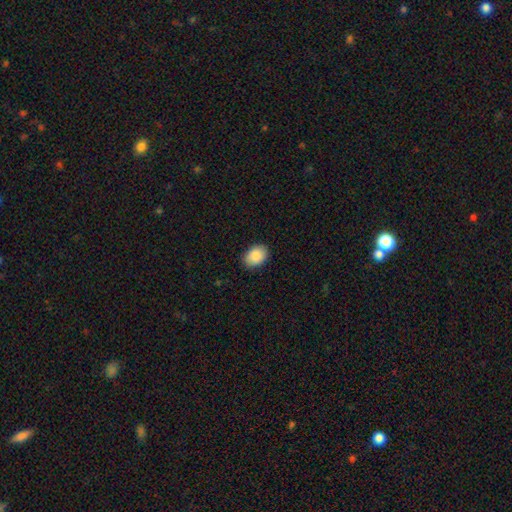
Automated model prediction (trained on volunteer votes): smooth_or_featured: smooth (p=0.89) [alt: star or artifact p=0.07]
how_rounded: in between (p=0.81) [alt: round p=0.18]
merging: none (p=0.87) [alt: minor disturbance p=0.10]